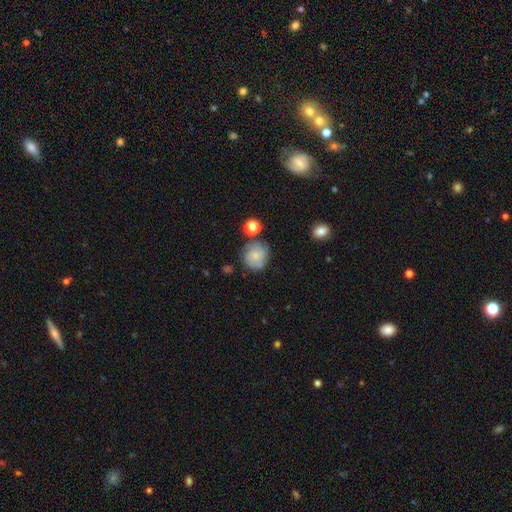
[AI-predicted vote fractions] smooth-or-featured: smooth: 52% | featured or disk: 38% | star or artifact: 10%
  how-rounded: round: 85% | in between: 14% | cigar-shaped: 1%
  merging: none: 68% | minor disturbance: 19% | major disturbance: 7% | merger: 6%